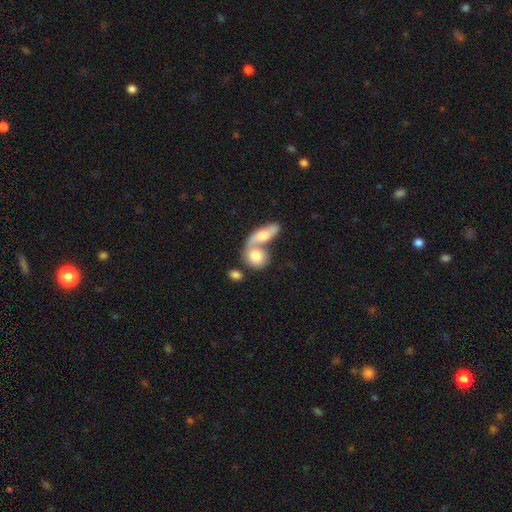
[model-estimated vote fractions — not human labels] smooth_or_featured: smooth (p=0.73) [alt: featured or disk p=0.21]
how_rounded: in between (p=0.50) [alt: round p=0.45]
merging: merger (p=0.62) [alt: none p=0.26]